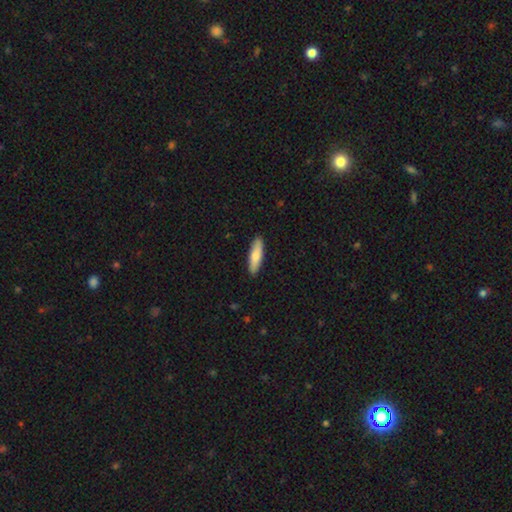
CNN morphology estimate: Smooth or featured? Predicted: smooth (p=0.76). How rounded? Predicted: cigar-shaped (p=0.64). Merging? Predicted: none (p=0.90).